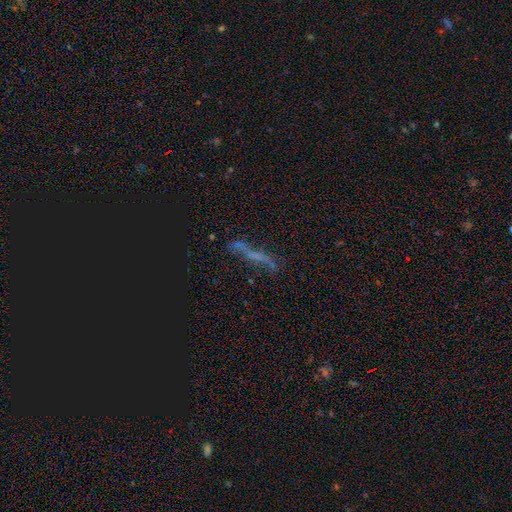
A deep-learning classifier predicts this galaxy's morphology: featured or disk 51%, smooth 28%, star or artifact 22%. Down the decision tree: edge-on disk — yes (54%); merging — none (55%).